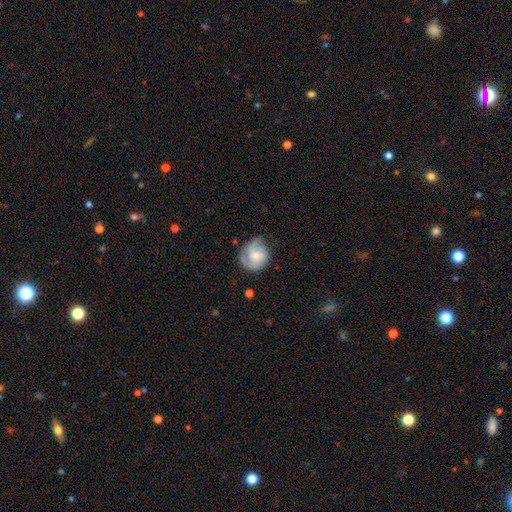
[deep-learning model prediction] Smooth or featured?
  - featured or disk: 53% *
  - smooth: 40%
  - star or artifact: 7%
Edge-on disk?
  - no: 98% *
  - yes: 2%
Bar?
  - no: 65% *
  - weak: 30%
  - strong: 5%
Spiral arms?
  - yes: 84% *
  - no: 16%
Bulge size?
  - small: 43% *
  - moderate: 40%
  - none: 9%
  - large: 6%
  - dominant: 1%
Merging?
  - none: 59% *
  - minor disturbance: 27%
  - major disturbance: 12%
  - merger: 2%